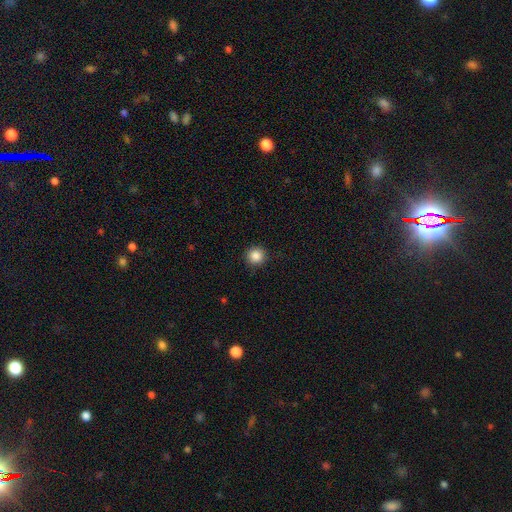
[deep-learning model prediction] Smooth or featured: smooth — 86% (star or artifact — 10%)
How rounded: round — 94% (in between — 5%)
Merging: none — 91% (minor disturbance — 6%)